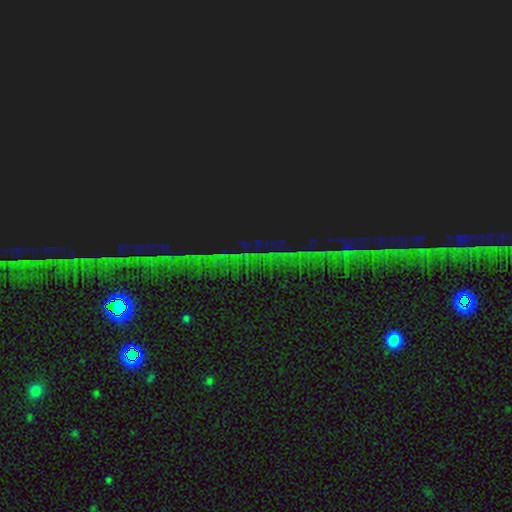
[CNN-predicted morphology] Smooth or featured? star or artifact (85%)